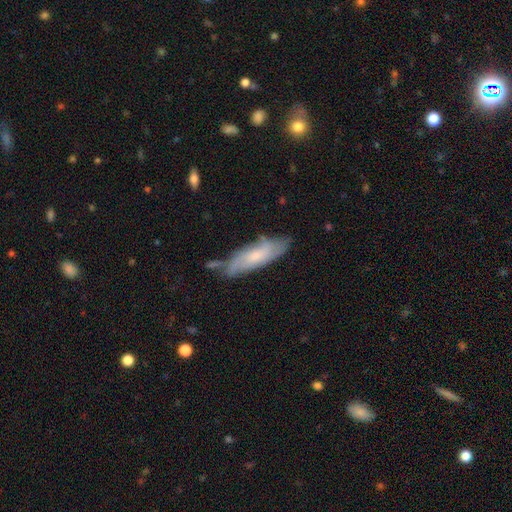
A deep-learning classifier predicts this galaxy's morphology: This is possibly a smooth galaxy (50%). Merging: likely none (64%).